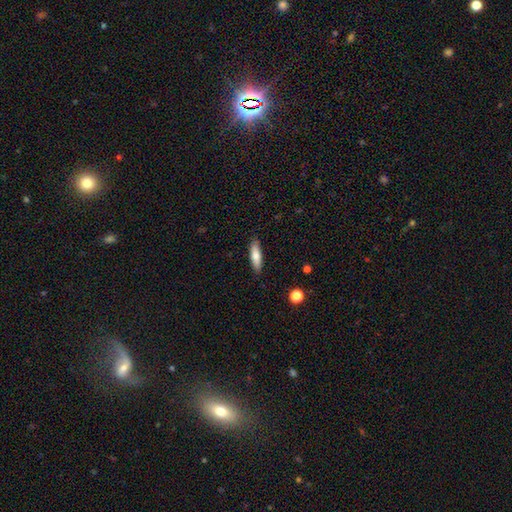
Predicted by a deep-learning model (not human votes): Smooth or featured? smooth (74%)
How rounded? cigar-shaped (62%)
Merging? none (88%)